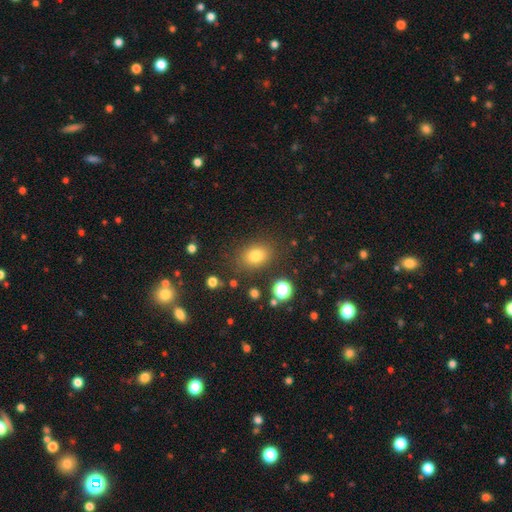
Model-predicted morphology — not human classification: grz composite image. It shows a smooth galaxy with no disk features (77%) that is in between round and cigar-shaped (66%). Merging: none (82%).